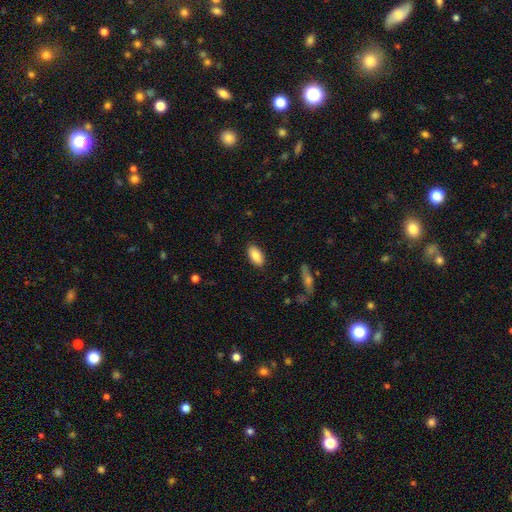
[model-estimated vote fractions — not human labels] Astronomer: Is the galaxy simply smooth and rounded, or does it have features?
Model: smooth — 85%.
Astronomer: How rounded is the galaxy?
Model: in between — 91%.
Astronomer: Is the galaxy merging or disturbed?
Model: none — 88%.